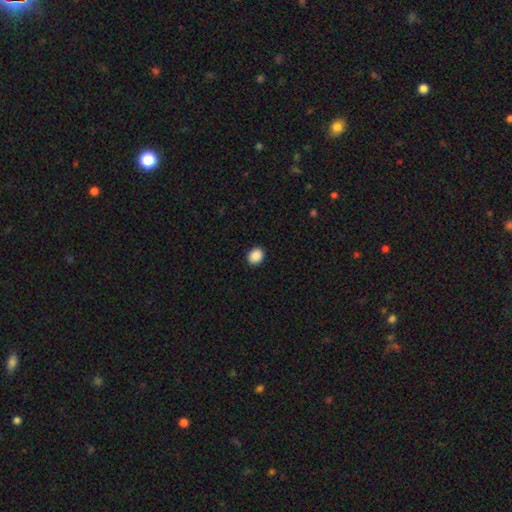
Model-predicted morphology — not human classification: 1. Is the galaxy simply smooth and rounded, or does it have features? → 90% smooth, 8% star or artifact, 2% featured or disk.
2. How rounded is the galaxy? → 51% round, 48% in between, 1% cigar-shaped.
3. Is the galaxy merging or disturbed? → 91% none, 6% minor disturbance, 2% major disturbance, 1% merger.